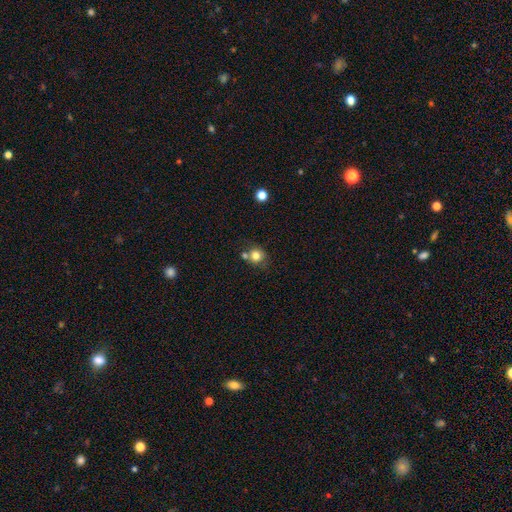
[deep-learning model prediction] Smooth or featured: smooth — 79% (star or artifact — 12%)
How rounded: round — 83% (in between — 16%)
Merging: none — 60% (merger — 22%)